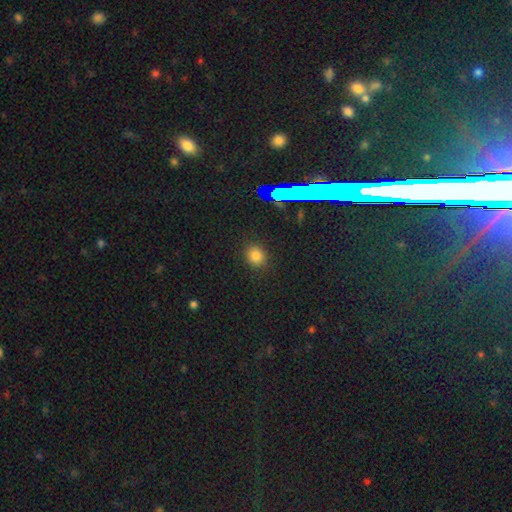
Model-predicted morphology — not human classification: smooth_or_featured: smooth (p=0.76) [alt: star or artifact p=0.18]
how_rounded: round (p=0.74) [alt: in between p=0.25]
merging: none (p=0.89) [alt: minor disturbance p=0.07]